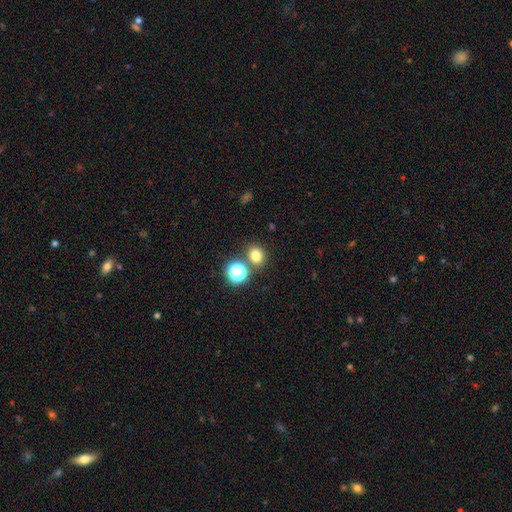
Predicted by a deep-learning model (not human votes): Smooth or featured? smooth (76%)
How rounded? round (66%)
Merging? none (75%)